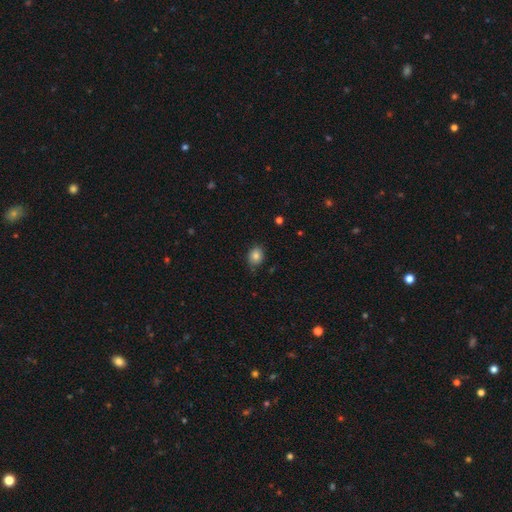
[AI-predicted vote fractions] smooth-or-featured: smooth: 83% | star or artifact: 10% | featured or disk: 7%
  how-rounded: in between: 50% | round: 49% | cigar-shaped: 1%
  merging: none: 78% | minor disturbance: 17% | major disturbance: 3% | merger: 1%